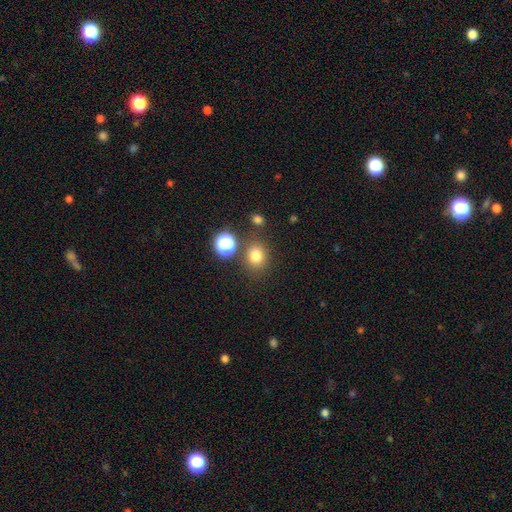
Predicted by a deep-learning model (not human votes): Smooth or featured: smooth — 78% (star or artifact — 16%)
How rounded: round — 70% (in between — 29%)
Merging: none — 78% (minor disturbance — 10%)